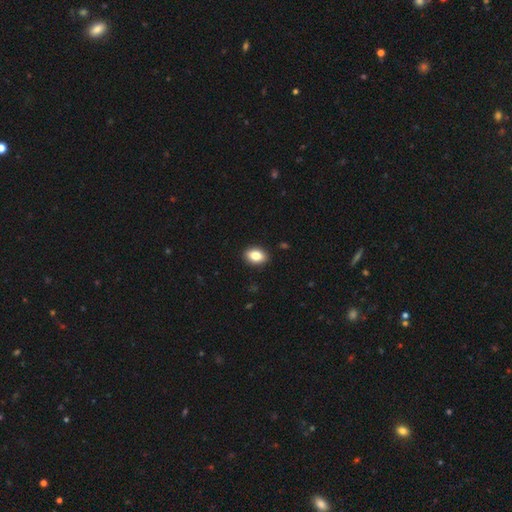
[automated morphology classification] smooth 84%, star or artifact 8%, featured or disk 8%. Down the decision tree: how rounded — in between (82%); merging — none (91%).